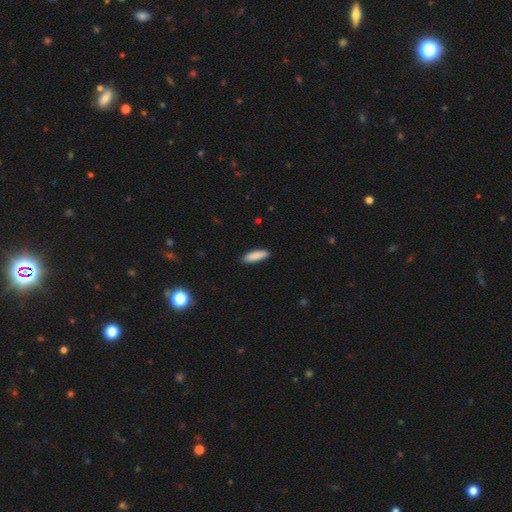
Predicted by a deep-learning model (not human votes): Smooth or featured? Predicted: smooth (p=0.89). How rounded? Predicted: in between (p=0.50). Merging? Predicted: none (p=0.88).